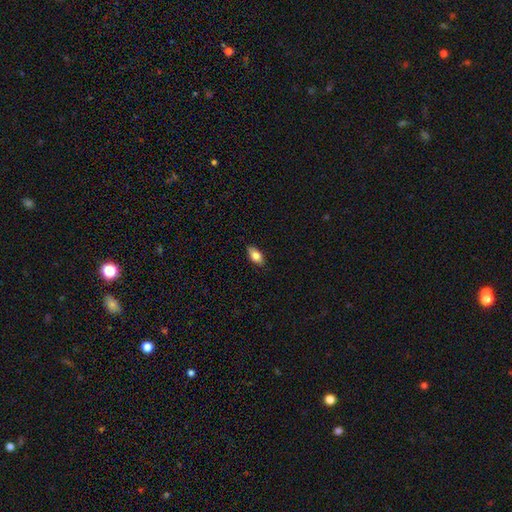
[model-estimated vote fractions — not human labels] The model was most divided on "smooth or featured": smooth: 80%, featured or disk: 13%, star or artifact: 7%. More confident: how rounded — in between (89%); merging — none (85%).